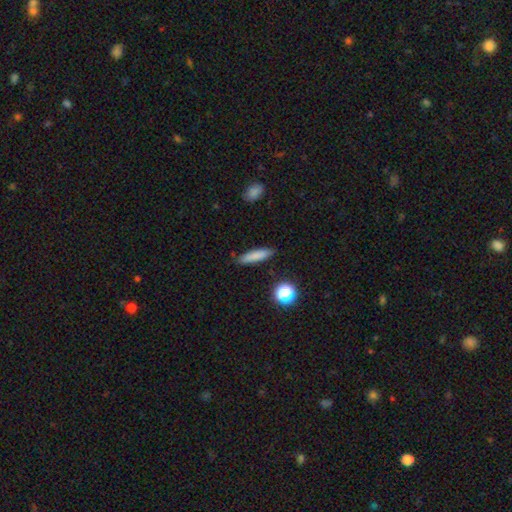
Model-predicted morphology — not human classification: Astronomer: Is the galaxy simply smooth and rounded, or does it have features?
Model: smooth — 81%.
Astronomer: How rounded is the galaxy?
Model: cigar-shaped — 79%.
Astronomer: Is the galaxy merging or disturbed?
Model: none — 88%.